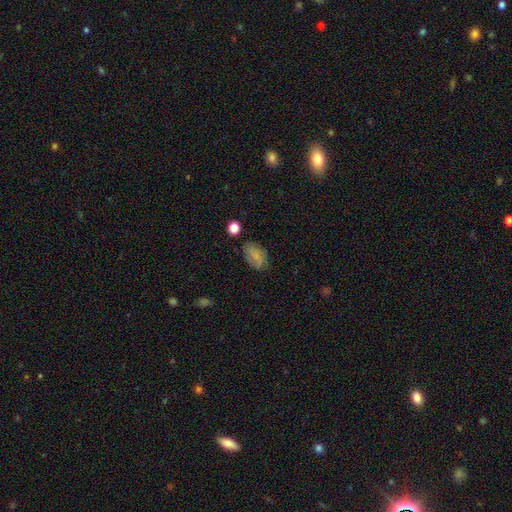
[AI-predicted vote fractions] This appears to be a smooth galaxy with no disk features (71%) that is in between round and cigar-shaped (88%). Merging: none (73%).